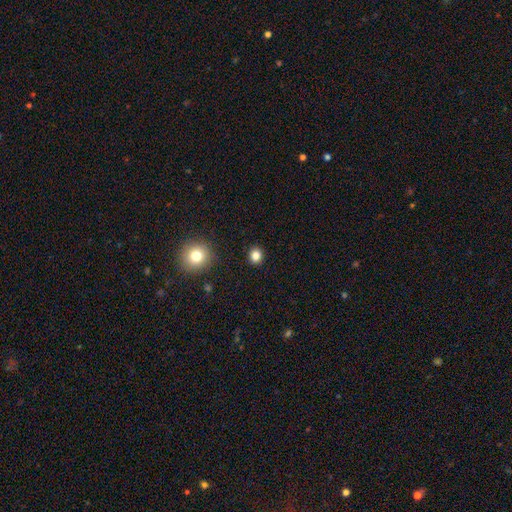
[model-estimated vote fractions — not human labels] smooth 83%, star or artifact 13%, featured or disk 5%. Down the decision tree: how rounded — round (79%); merging — none (91%).